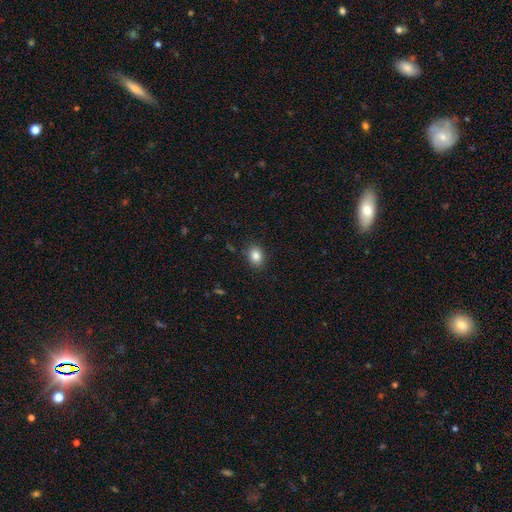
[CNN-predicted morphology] Smooth or featured? Predicted: smooth (p=0.85). How rounded? Predicted: in between (p=0.62). Merging? Predicted: none (p=0.87).